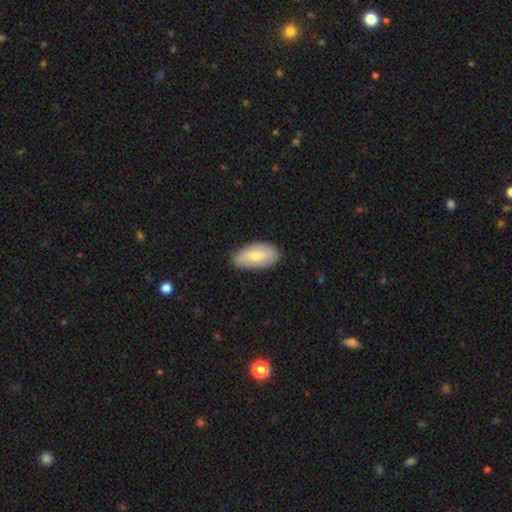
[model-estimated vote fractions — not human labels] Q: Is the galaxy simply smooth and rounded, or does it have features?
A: smooth — 67%.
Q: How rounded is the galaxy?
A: in between — 94%.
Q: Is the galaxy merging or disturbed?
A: none — 85%.